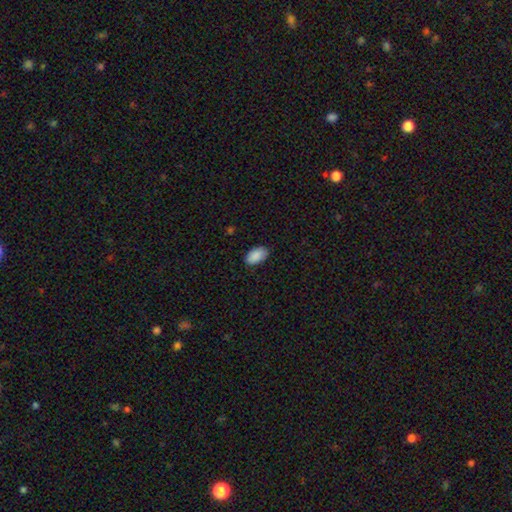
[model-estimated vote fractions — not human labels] Smooth or featured?
  - smooth: 89% *
  - star or artifact: 7%
  - featured or disk: 4%
How rounded?
  - in between: 94% *
  - round: 4%
  - cigar-shaped: 1%
Merging?
  - none: 85% *
  - minor disturbance: 12%
  - major disturbance: 2%
  - merger: 1%